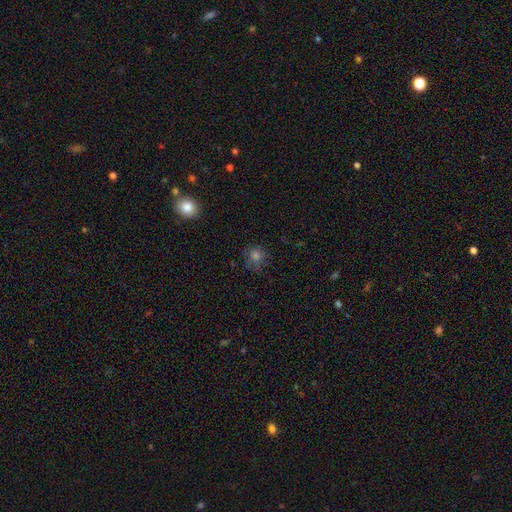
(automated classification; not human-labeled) Overall: smooth (65%). How rounded: round (85%). Merging: none (74%).